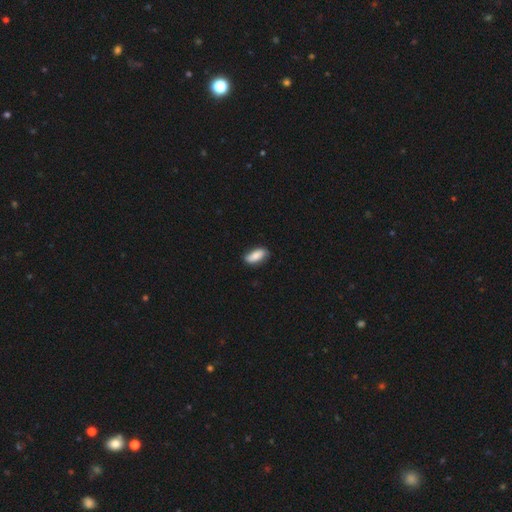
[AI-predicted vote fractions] The model was most divided on "merging": none: 80%, minor disturbance: 16%, major disturbance: 3%, merger: 1%. More confident: how rounded — in between (86%); smooth or featured — smooth (81%).